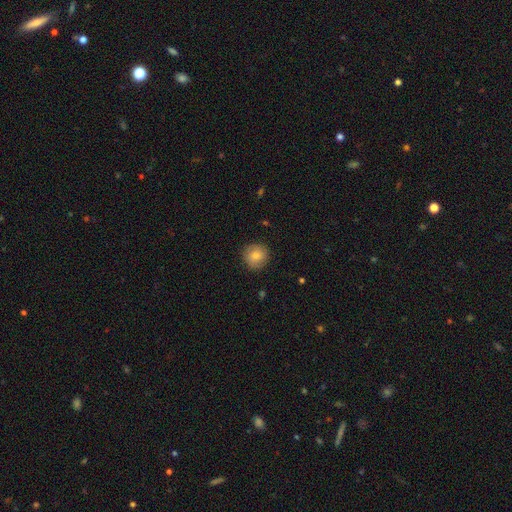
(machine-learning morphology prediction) Overall: smooth (81%). How rounded: round (92%). Merging: none (87%).